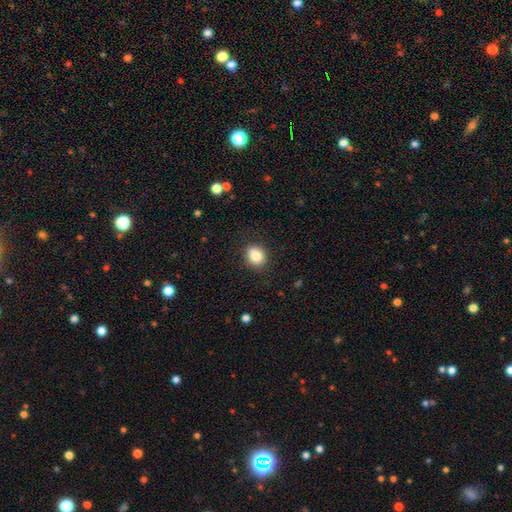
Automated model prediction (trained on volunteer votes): Overall: smooth (84%). How rounded: round (67%; in between 32%). Merging: none (83%).